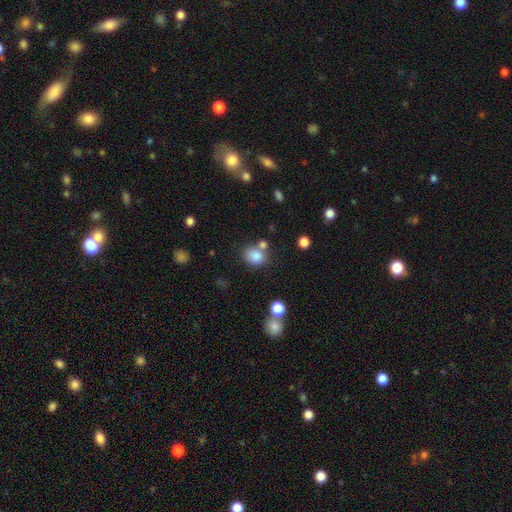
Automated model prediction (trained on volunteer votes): A smooth galaxy with no disk features (83%) that is round (60%). Merging: none (61%).